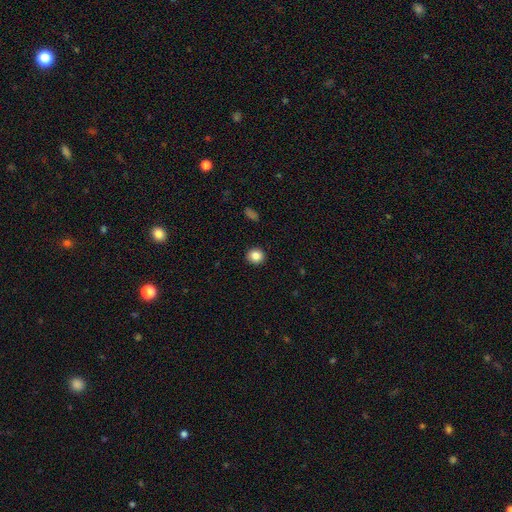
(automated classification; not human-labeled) Smooth or featured: smooth — 85% (star or artifact — 10%)
How rounded: round — 88% (in between — 11%)
Merging: none — 92% (minor disturbance — 5%)